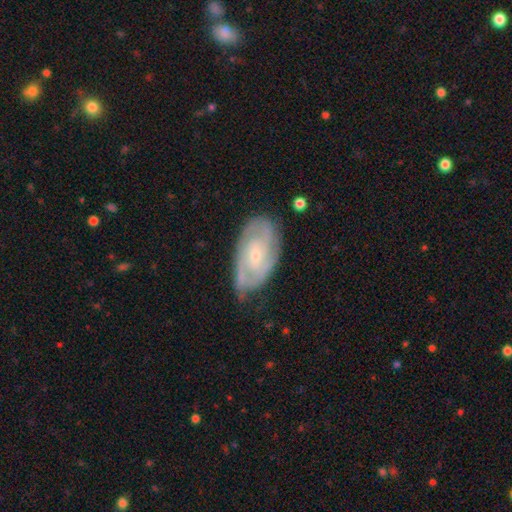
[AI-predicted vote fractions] This is likely a featured or disk galaxy (78%). It is clearly not viewed edge-on (96%). Bar: possibly no (58%). Spiral arm pattern: clearly yes (92%). Spiral arm count: marginally 2 (41%). Spiral winding: possibly tight (55%). Central bulge: likely small (73%). Merging: likely none (67%).